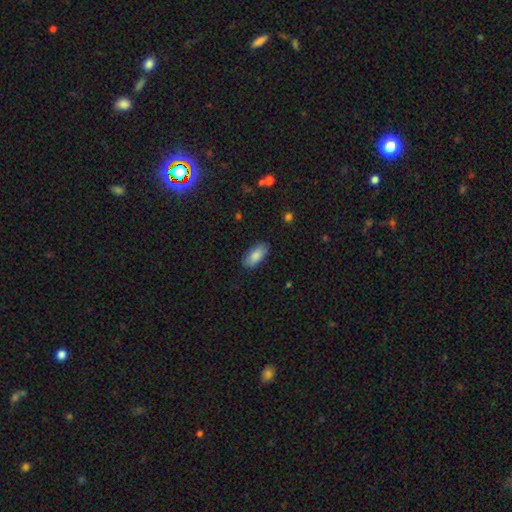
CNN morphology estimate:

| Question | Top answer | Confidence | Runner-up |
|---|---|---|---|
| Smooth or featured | smooth | 87% | featured or disk (7%) |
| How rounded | in between | 92% | cigar-shaped (6%) |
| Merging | none | 84% | minor disturbance (12%) |